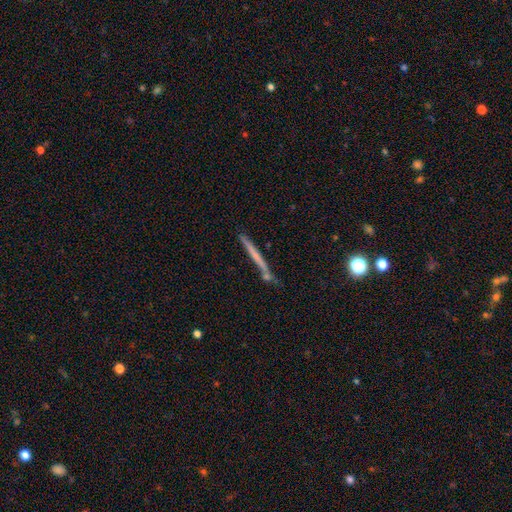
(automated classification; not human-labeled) Smooth or featured? smooth (49%)
Merging? none (75%)